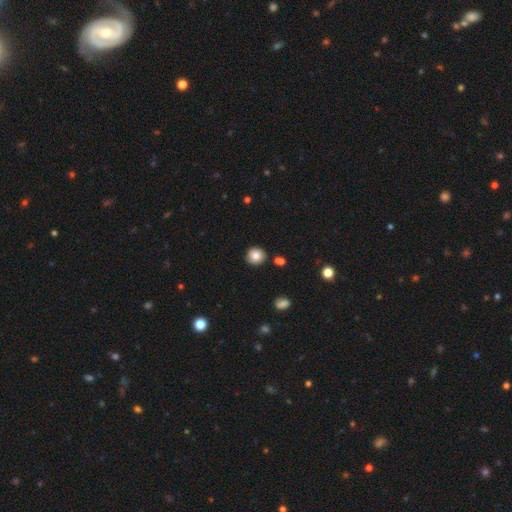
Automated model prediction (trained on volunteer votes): The model was most divided on "smooth or featured": smooth: 82%, star or artifact: 10%, featured or disk: 8%. More confident: how rounded — round (89%); merging — none (87%).